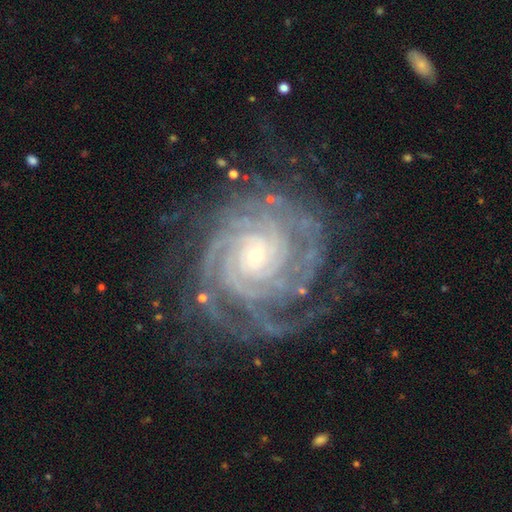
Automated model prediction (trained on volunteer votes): smooth_or_featured: featured or disk (p=0.91) [alt: star or artifact p=0.06]
disk_edge_on: no (p=0.98) [alt: yes p=0.02]
bar: no (p=0.75) [alt: weak p=0.17]
has_spiral_arms: yes (p=0.98) [alt: no p=0.02]
spiral_winding: tight (p=0.82) [alt: medium p=0.16]
spiral_arm_count: 4 (p=0.23) [alt: more than 4 p=0.20]
bulge_size: small (p=0.81) [alt: moderate p=0.15]
merging: none (p=0.73) [alt: minor disturbance p=0.16]